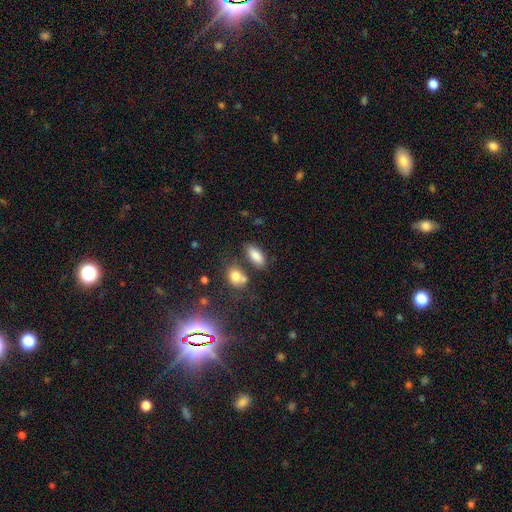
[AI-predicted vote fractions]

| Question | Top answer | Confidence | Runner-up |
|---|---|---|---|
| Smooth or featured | smooth | 84% | star or artifact (9%) |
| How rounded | in between | 84% | cigar-shaped (12%) |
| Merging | none | 70% | minor disturbance (14%) |